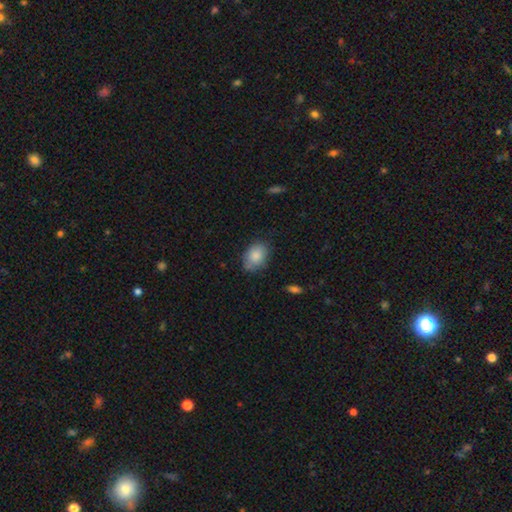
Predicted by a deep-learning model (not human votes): Smooth or featured? Predicted: smooth (p=0.85). How rounded? Predicted: in between (p=0.77). Merging? Predicted: none (p=0.71).